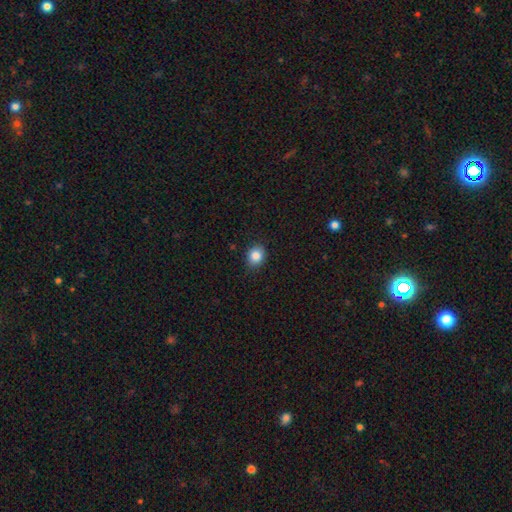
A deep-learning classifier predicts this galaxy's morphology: Q: Smooth or featured?
A: smooth (85%); runner-up: star or artifact (10%)
Q: How rounded?
A: round (64%); runner-up: in between (35%)
Q: Merging?
A: none (86%); runner-up: minor disturbance (11%)